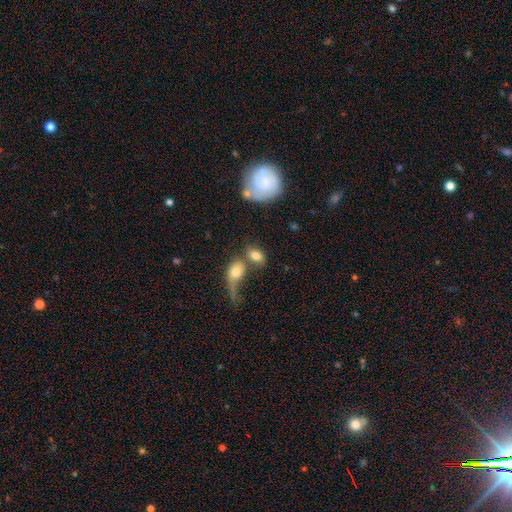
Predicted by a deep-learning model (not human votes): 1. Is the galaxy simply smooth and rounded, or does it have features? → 77% smooth, 14% featured or disk, 9% star or artifact.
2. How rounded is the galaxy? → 83% in between, 14% round, 3% cigar-shaped.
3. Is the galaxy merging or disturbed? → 41% merger, 37% none, 12% minor disturbance, 11% major disturbance.